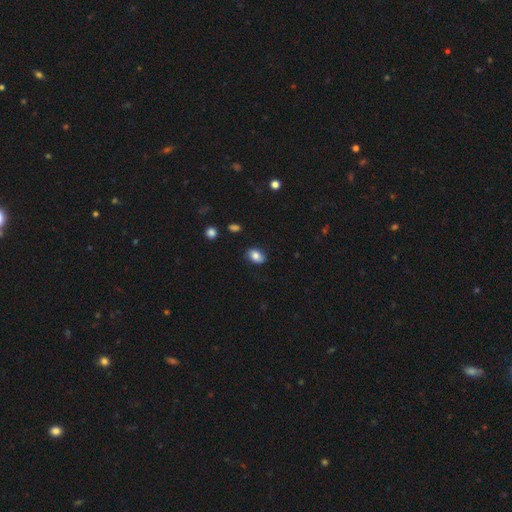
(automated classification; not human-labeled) smooth-or-featured: smooth: 82% | featured or disk: 10% | star or artifact: 8%
  how-rounded: in between: 83% | round: 15% | cigar-shaped: 1%
  merging: none: 80% | minor disturbance: 15% | major disturbance: 3% | merger: 1%